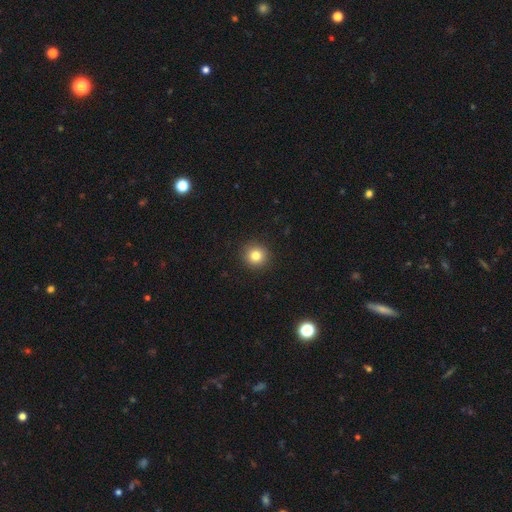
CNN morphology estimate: smooth 82%, star or artifact 12%, featured or disk 7%. Down the decision tree: how rounded — round (94%); merging — none (92%).